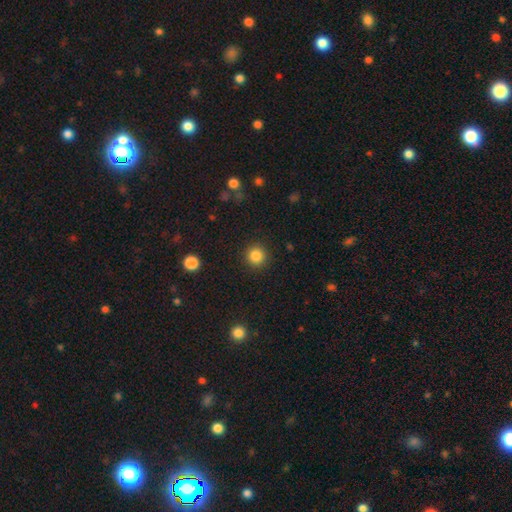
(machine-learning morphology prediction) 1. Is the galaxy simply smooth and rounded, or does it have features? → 84% smooth, 11% star or artifact, 4% featured or disk.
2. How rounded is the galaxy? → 95% round, 5% in between, 1% cigar-shaped.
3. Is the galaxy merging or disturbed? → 92% none, 5% minor disturbance, 2% major disturbance, 1% merger.